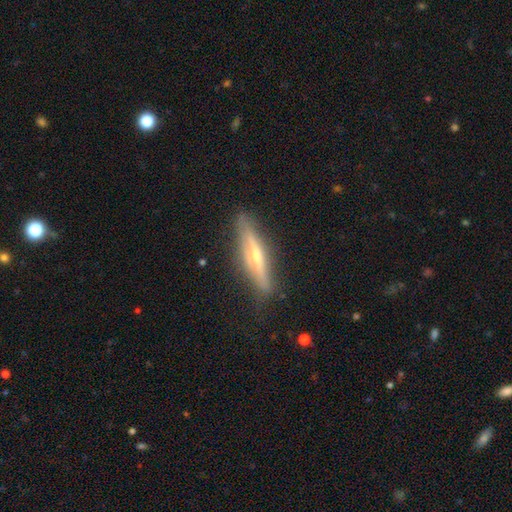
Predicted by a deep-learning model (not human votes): A featured or disk galaxy (66%) viewed edge-on (93%) with a rounded central bulge (76%).

Vote fractions:
- Smooth or featured? featured or disk: 66% / smooth: 27% / star or artifact: 7%
- Edge-on disk? yes: 93% / no: 7%
- Edge-on bulge? rounded: 76% / none: 15% / boxy: 9%
- Merging? none: 84% / minor disturbance: 12% / major disturbance: 3% / merger: 1%